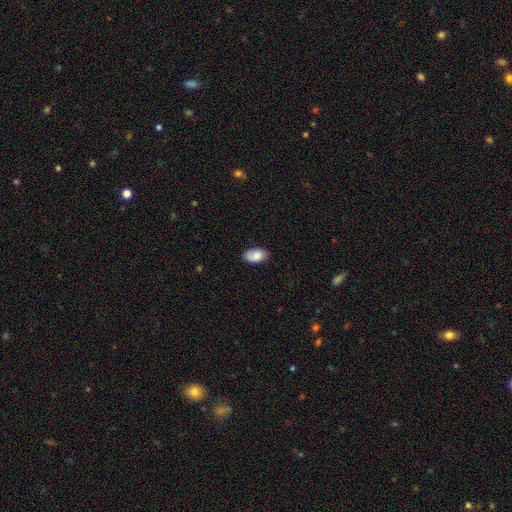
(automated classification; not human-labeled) smooth 83%, featured or disk 10%, star or artifact 7%. Down the decision tree: how rounded — in between (94%); merging — none (79%).